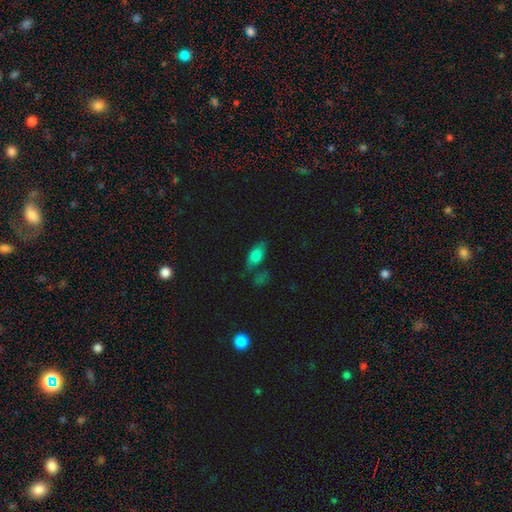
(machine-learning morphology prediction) type=smooth (75%); roundness=in between (86%); merging=none (52%).